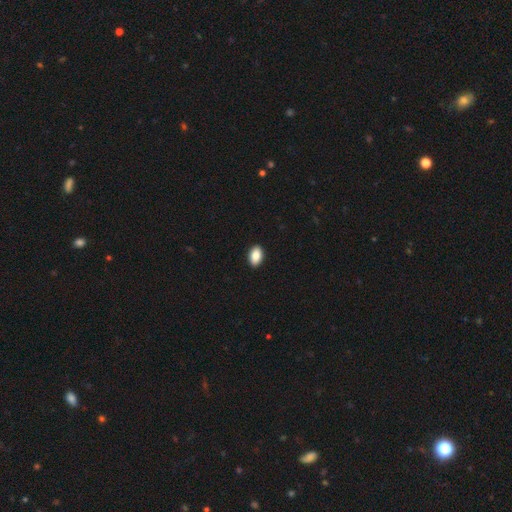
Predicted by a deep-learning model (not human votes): Smooth or featured? smooth (88%)
How rounded? in between (91%)
Merging? none (92%)